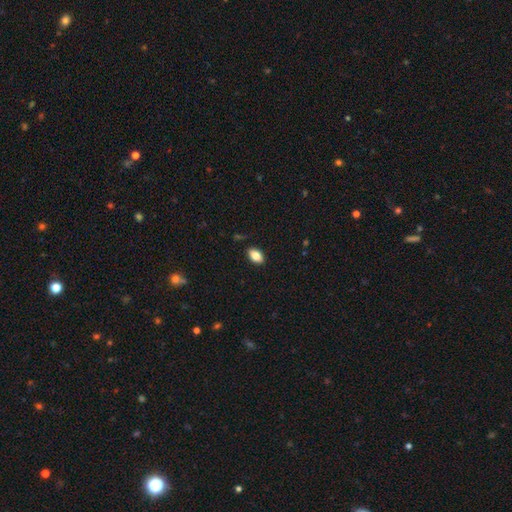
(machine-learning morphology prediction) Overall: smooth (84%). How rounded: in between (90%). Merging: none (86%).